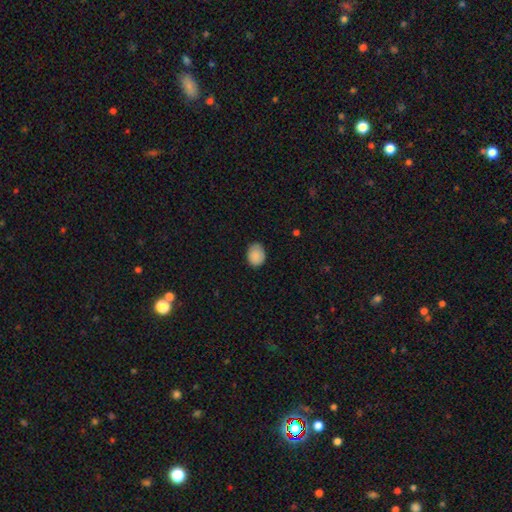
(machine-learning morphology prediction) Smooth or featured: smooth — 87% (star or artifact — 8%)
How rounded: in between — 62% (round — 37%)
Merging: none — 76% (minor disturbance — 20%)